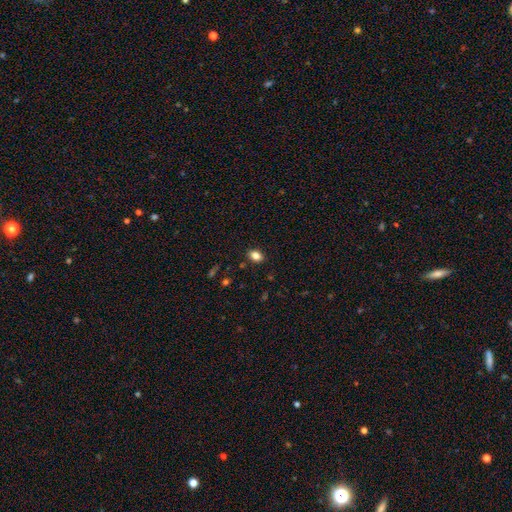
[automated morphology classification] Smooth or featured? Predicted: smooth (p=0.82). How rounded? Predicted: in between (p=0.79). Merging? Predicted: none (p=0.86).